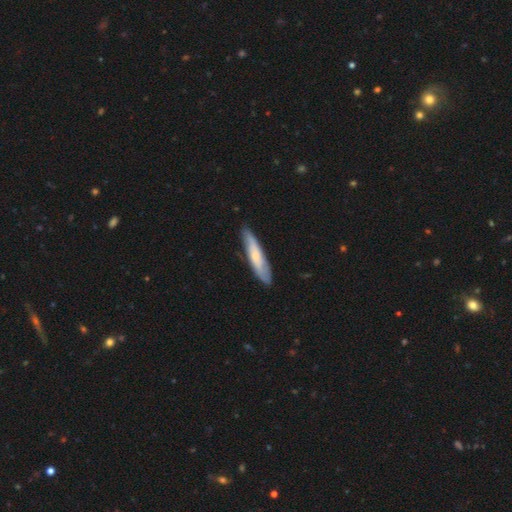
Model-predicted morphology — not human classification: Smooth or featured: smooth — 52% (featured or disk — 43%)
How rounded: cigar-shaped — 82% (in between — 17%)
Merging: none — 82% (minor disturbance — 14%)